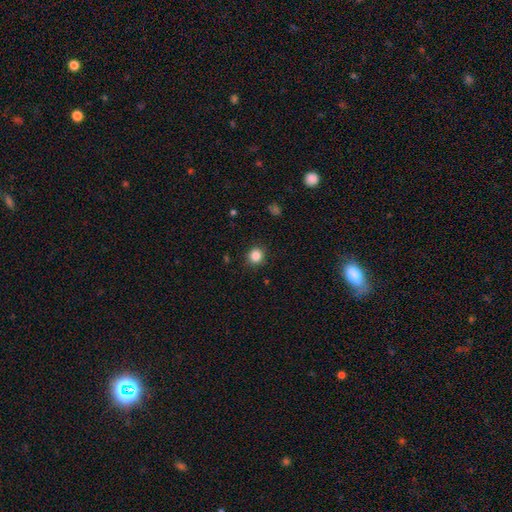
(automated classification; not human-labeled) This is clearly a smooth galaxy (86%). How rounded: clearly round (89%). Merging: clearly none (89%).